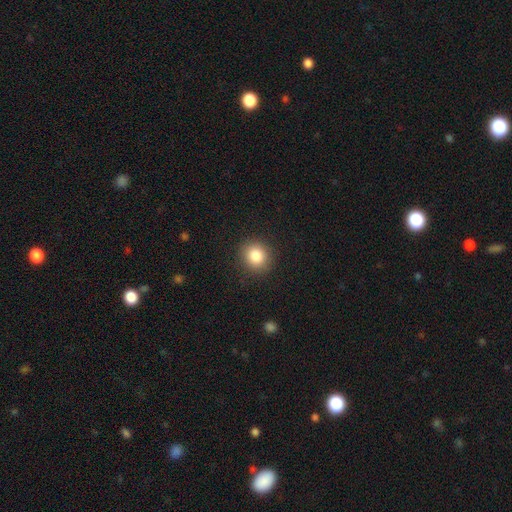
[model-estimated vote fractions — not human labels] A smooth galaxy with no disk features (85%) that is round (86%). Merging: none (90%).